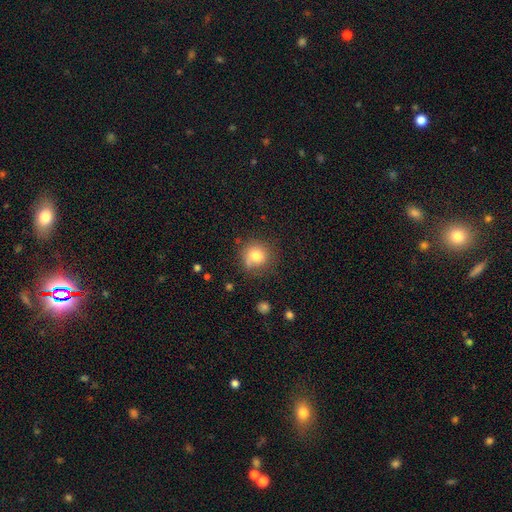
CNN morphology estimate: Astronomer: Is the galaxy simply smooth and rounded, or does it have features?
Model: smooth — 79%.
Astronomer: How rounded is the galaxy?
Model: round — 89%.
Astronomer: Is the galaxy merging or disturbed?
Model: none — 70%.